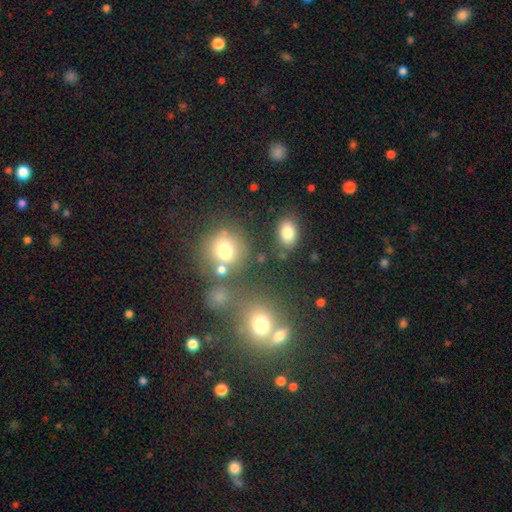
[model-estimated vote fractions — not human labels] This appears to be a smooth galaxy with no disk features (54%) that is round (81%). Merging: none (67%).